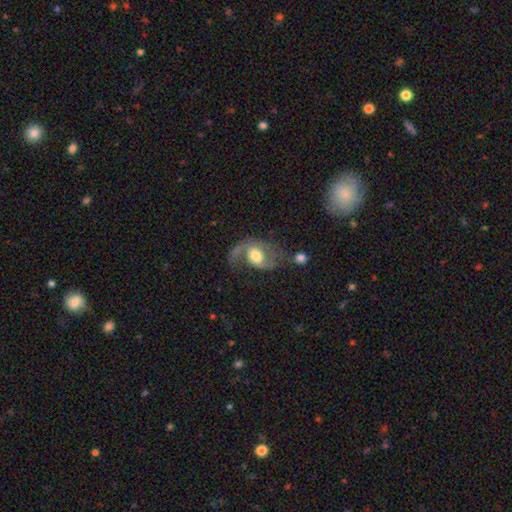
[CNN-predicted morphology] This appears to be a featured or disk galaxy (74%) with no bar (56%), 2 (72%) loose (59%) spiral arms (89%) and a moderate central bulge (62%). Merging: none (39%).